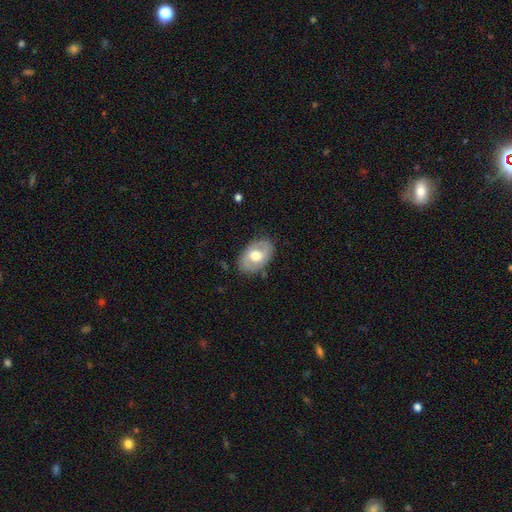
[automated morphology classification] featured or disk 49%, smooth 46%, star or artifact 6%. Down the decision tree: merging — none (81%).